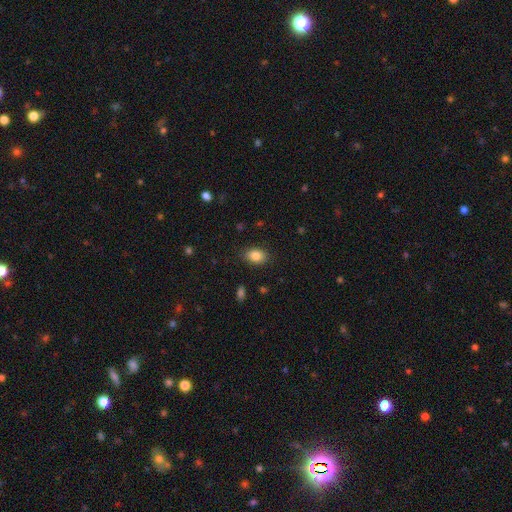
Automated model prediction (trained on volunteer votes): Morphology: type=smooth (85%); roundness=in between (80%); merging=none (87%).